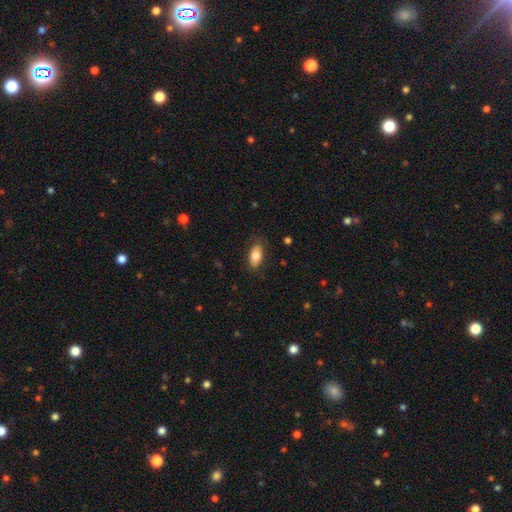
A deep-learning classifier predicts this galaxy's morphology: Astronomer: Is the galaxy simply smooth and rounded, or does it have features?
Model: smooth — 78%.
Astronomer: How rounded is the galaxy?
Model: in between — 91%.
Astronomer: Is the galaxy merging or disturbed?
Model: none — 80%.